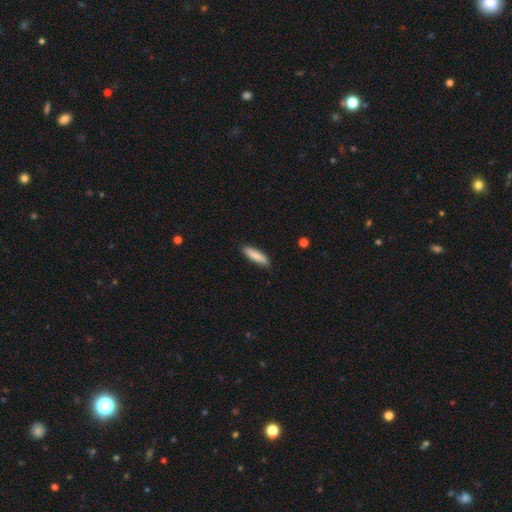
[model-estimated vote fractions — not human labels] A smooth galaxy with no disk features (85%) that is cigar-shaped (72%).

Vote fractions:
- Smooth or featured? smooth: 85% / featured or disk: 9% / star or artifact: 6%
- How rounded? cigar-shaped: 72% / in between: 26% / round: 1%
- Merging? none: 87% / minor disturbance: 10% / major disturbance: 2% / merger: 1%